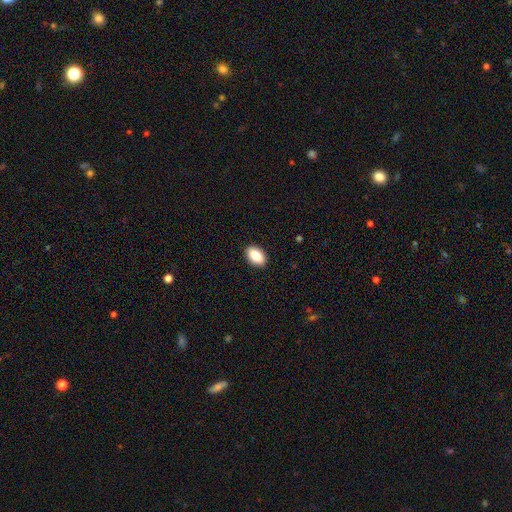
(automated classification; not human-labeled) smooth-or-featured: smooth: 85% | featured or disk: 7% | star or artifact: 7%
  how-rounded: in between: 92% | round: 7% | cigar-shaped: 2%
  merging: none: 91% | minor disturbance: 7% | major disturbance: 2% | merger: 1%